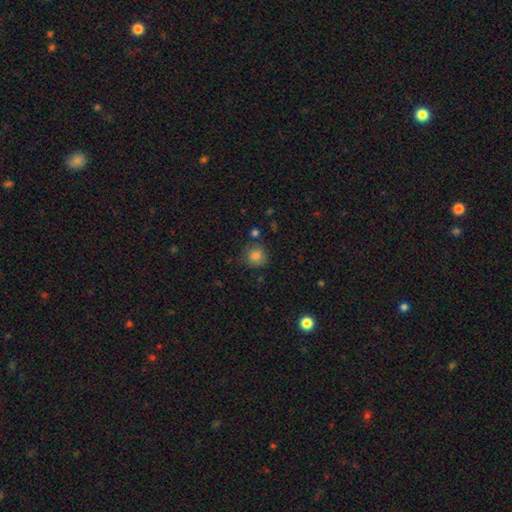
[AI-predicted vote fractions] smooth 82%, star or artifact 11%, featured or disk 7%. Down the decision tree: how rounded — round (88%); merging — none (76%).